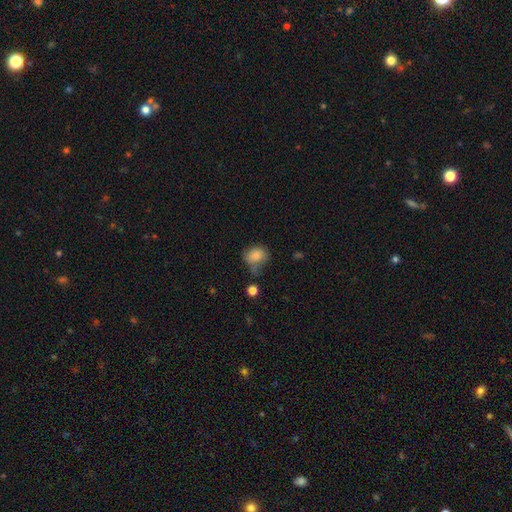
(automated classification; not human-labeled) smooth-or-featured: smooth: 82% | star or artifact: 10% | featured or disk: 8%
  how-rounded: in between: 51% | round: 48% | cigar-shaped: 1%
  merging: none: 47% | minor disturbance: 32% | major disturbance: 13% | merger: 7%